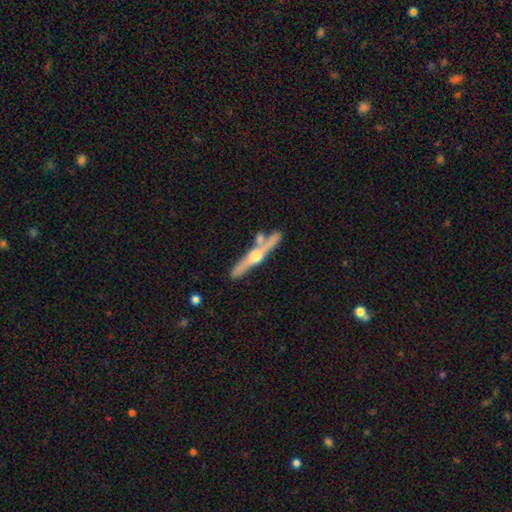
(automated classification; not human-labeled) Smooth or featured? Predicted: featured or disk (p=0.74). Edge-on disk? Predicted: yes (p=0.96). Edge-on bulge? Predicted: rounded (p=0.94). Merging? Predicted: none (p=0.67).